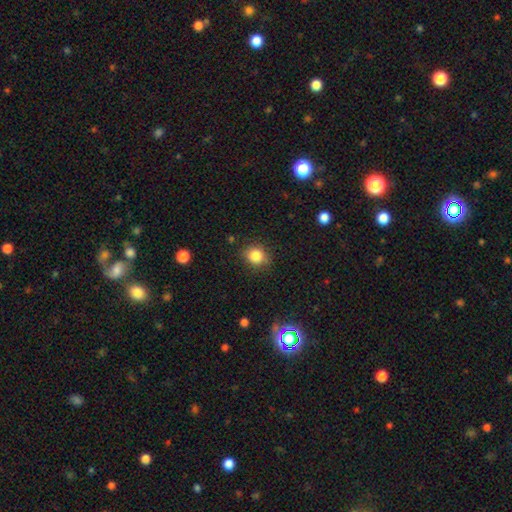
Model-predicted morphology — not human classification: This is clearly a smooth galaxy (84%). How rounded: likely round (76%). Merging: clearly none (84%).